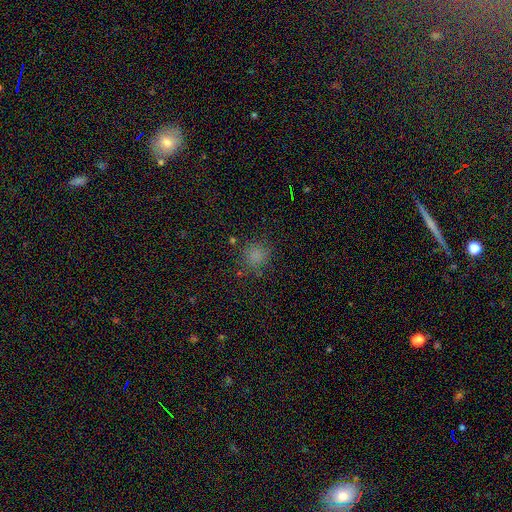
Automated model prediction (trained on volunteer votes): smooth_or_featured: smooth (p=0.78) [alt: star or artifact p=0.17]
how_rounded: round (p=0.87) [alt: in between p=0.12]
merging: none (p=0.81) [alt: minor disturbance p=0.12]